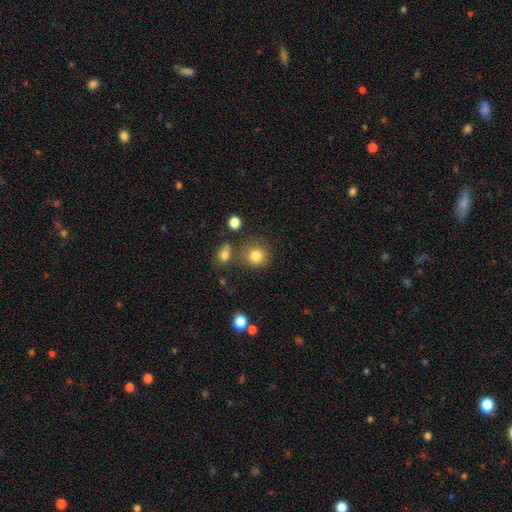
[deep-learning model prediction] Morphology: type=smooth (82%); roundness=round (87%); merging=none (74%).